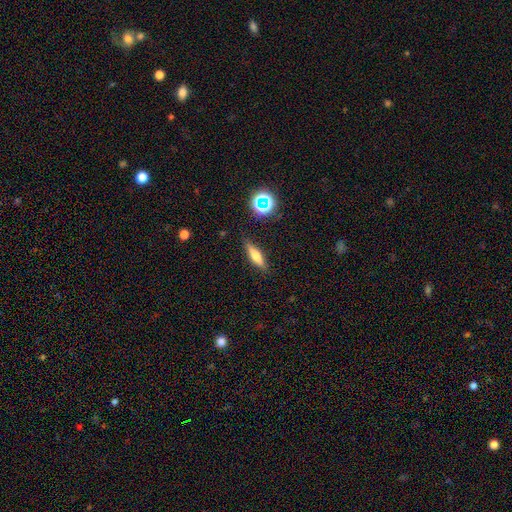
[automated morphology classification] Smooth or featured? Predicted: smooth (p=0.52). How rounded? Predicted: cigar-shaped (p=0.66). Merging? Predicted: none (p=0.85).